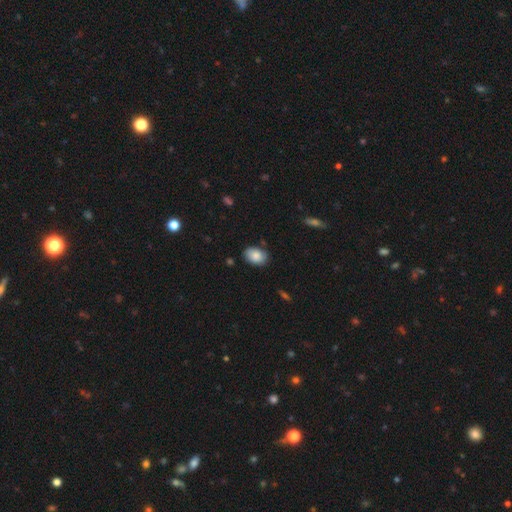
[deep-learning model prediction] Morphology: type=smooth (84%); roundness=in between (81%); merging=none (78%).